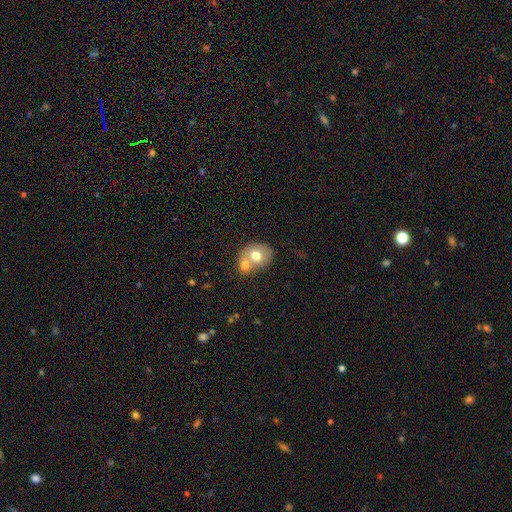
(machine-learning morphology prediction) type=smooth (67%); roundness=round (54%); merging=merger (60%).